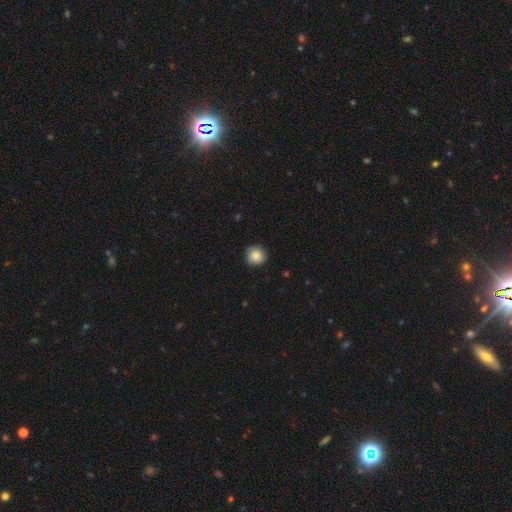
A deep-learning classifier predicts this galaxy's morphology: Smooth or featured: smooth — 85% (star or artifact — 8%)
How rounded: round — 93% (in between — 6%)
Merging: none — 86% (minor disturbance — 11%)